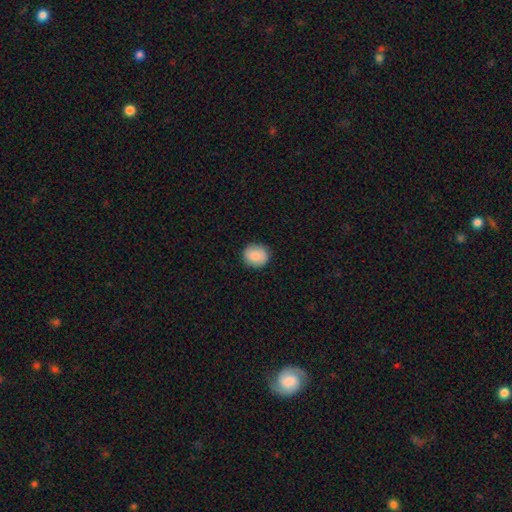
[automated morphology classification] A smooth galaxy with no disk features (86%) that is round (87%). Merging: none (89%).